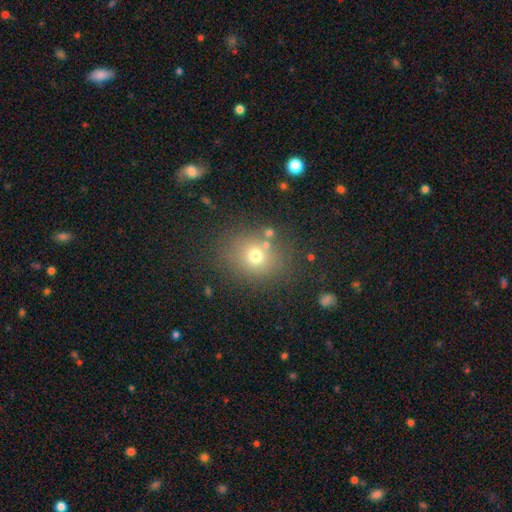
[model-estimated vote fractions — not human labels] A smooth galaxy with no disk features (68%) that is round (71%). Merging: none (76%).